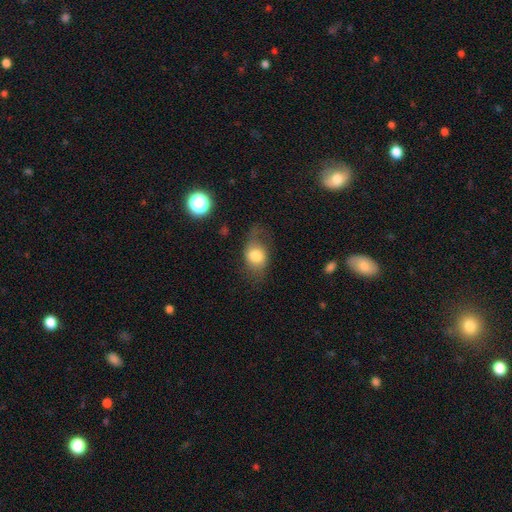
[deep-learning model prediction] smooth 69%, featured or disk 22%, star or artifact 9%. Down the decision tree: how rounded — in between (66%); merging — none (53%).